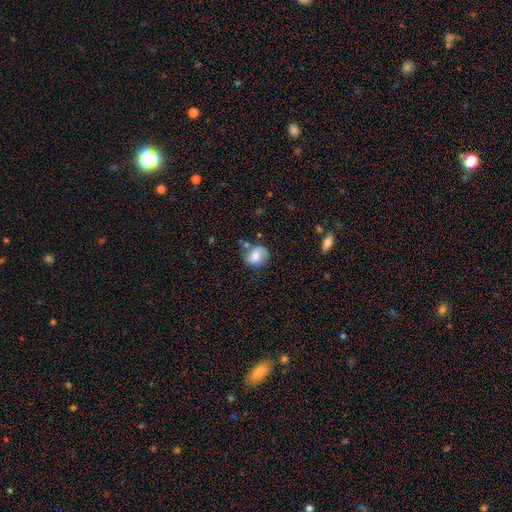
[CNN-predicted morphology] This appears to be a smooth galaxy with no disk features (62%) that is round (63%). Merging: none (58%).